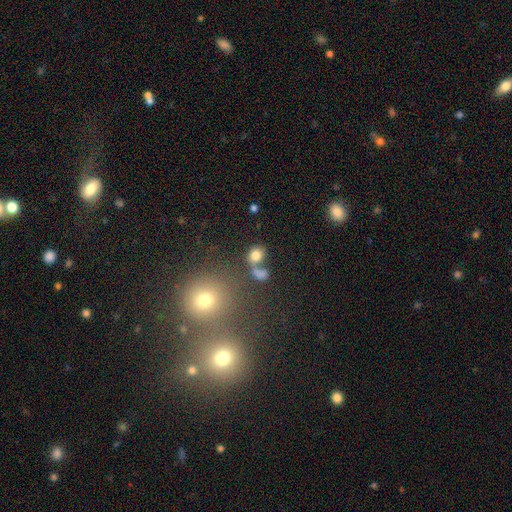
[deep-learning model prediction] This is likely a smooth galaxy (77%). How rounded: likely round (67%). Merging: possibly none (52%).